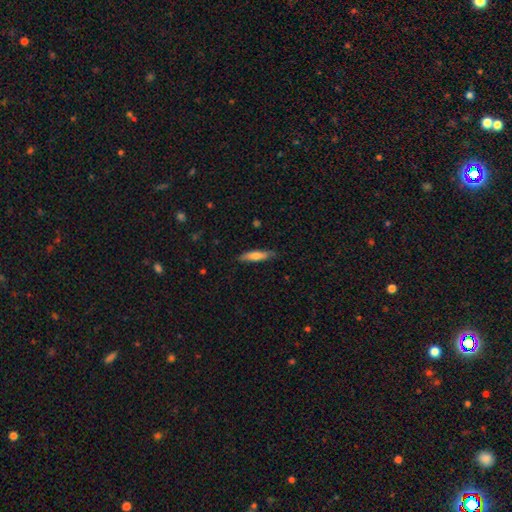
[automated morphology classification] Overall: smooth (67%). How rounded: cigar-shaped (79%). Merging: none (82%).